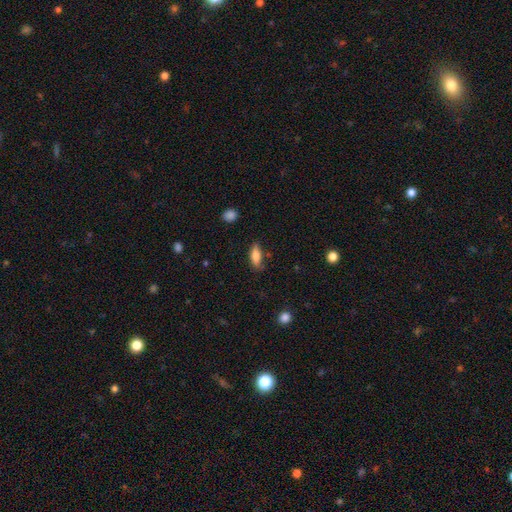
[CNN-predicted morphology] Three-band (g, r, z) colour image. It shows a smooth galaxy with no disk features (82%) that is in between round and cigar-shaped (71%). Merging: none (74%).